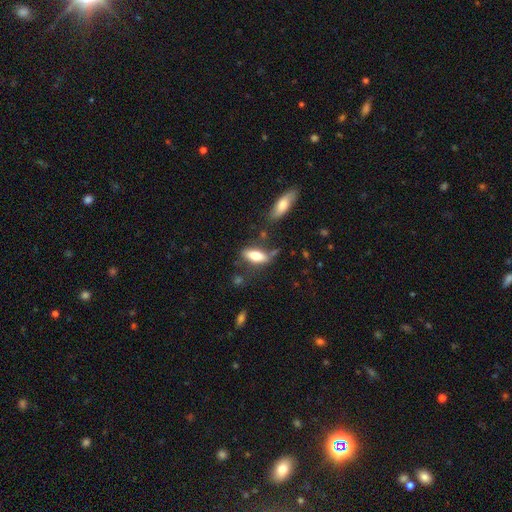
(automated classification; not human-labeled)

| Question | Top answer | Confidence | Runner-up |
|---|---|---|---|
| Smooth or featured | smooth | 71% | featured or disk (22%) |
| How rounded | in between | 74% | cigar-shaped (23%) |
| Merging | none | 66% | minor disturbance (19%) |